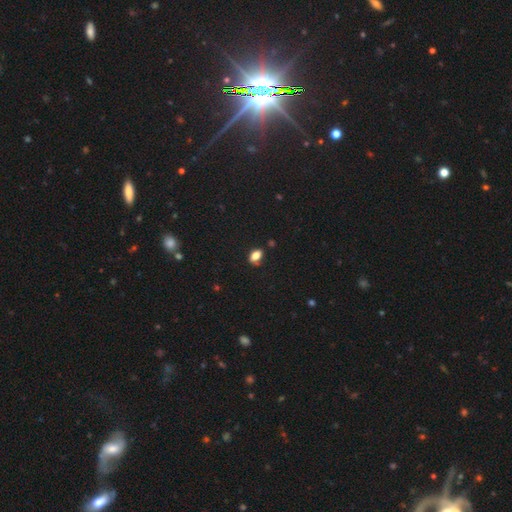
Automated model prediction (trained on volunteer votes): Q: Smooth or featured?
A: smooth (82%); runner-up: star or artifact (11%)
Q: How rounded?
A: in between (83%); runner-up: round (14%)
Q: Merging?
A: none (74%); runner-up: minor disturbance (18%)